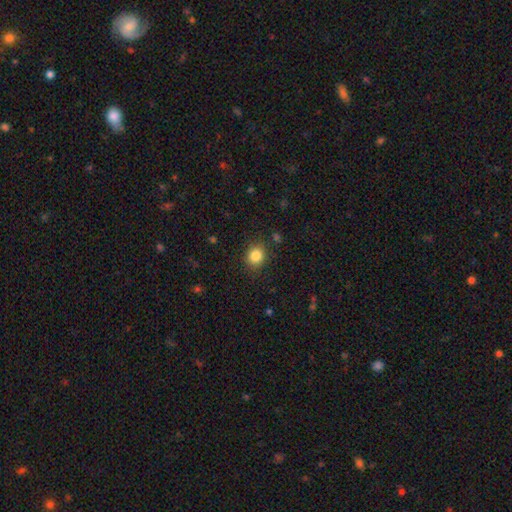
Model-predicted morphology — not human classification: Smooth or featured?
  - smooth: 84% *
  - star or artifact: 11%
  - featured or disk: 5%
How rounded?
  - round: 75% *
  - in between: 24%
  - cigar-shaped: 1%
Merging?
  - none: 88% *
  - minor disturbance: 8%
  - major disturbance: 3%
  - merger: 1%